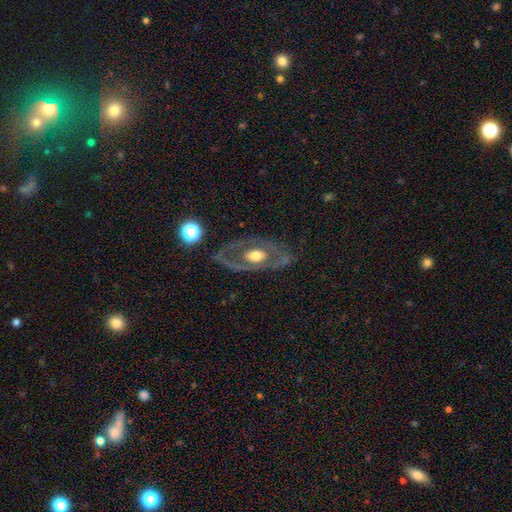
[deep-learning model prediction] A featured or disk galaxy (66%) with no bar (82%), no spiral arms (75%) and a moderate central bulge (58%).

Vote fractions:
- Smooth or featured? featured or disk: 66% / smooth: 28% / star or artifact: 6%
- Edge-on disk? no: 90% / yes: 10%
- Bar? no: 82% / weak: 13% / strong: 5%
- Spiral arms? no: 75% / yes: 25%
- Bulge size? moderate: 58% / large: 32% / small: 7% / dominant: 2% / none: 1%
- Merging? none: 73% / minor disturbance: 15% / major disturbance: 10% / merger: 2%